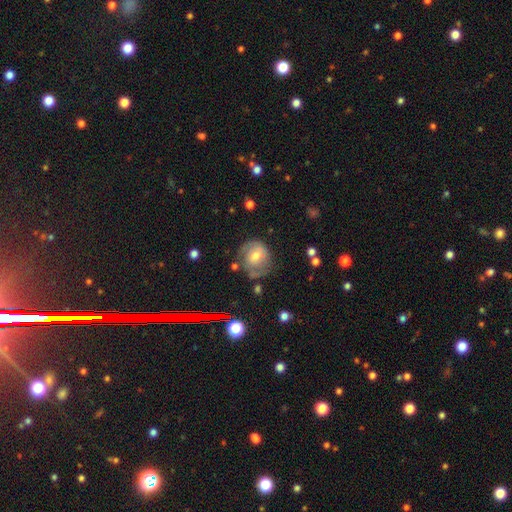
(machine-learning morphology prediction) A featured or disk galaxy (52%) with no bar (63%), spiral arms (70%) and a moderate central bulge (55%).

Vote fractions:
- Smooth or featured? featured or disk: 52% / smooth: 40% / star or artifact: 8%
- Edge-on disk? no: 97% / yes: 3%
- Bar? no: 63% / weak: 30% / strong: 7%
- Spiral arms? yes: 70% / no: 30%
- Bulge size? moderate: 55% / small: 37% / large: 5% / none: 2% / dominant: 1%
- Merging? none: 55% / minor disturbance: 26% / major disturbance: 15% / merger: 4%